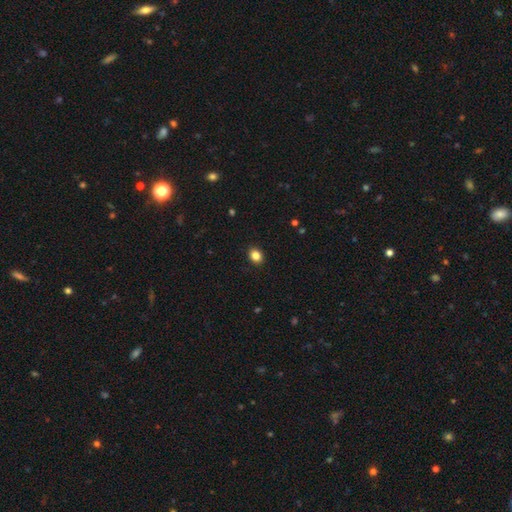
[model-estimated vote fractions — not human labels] This is clearly a smooth galaxy (85%). How rounded: possibly round (56%). Merging: clearly none (91%).